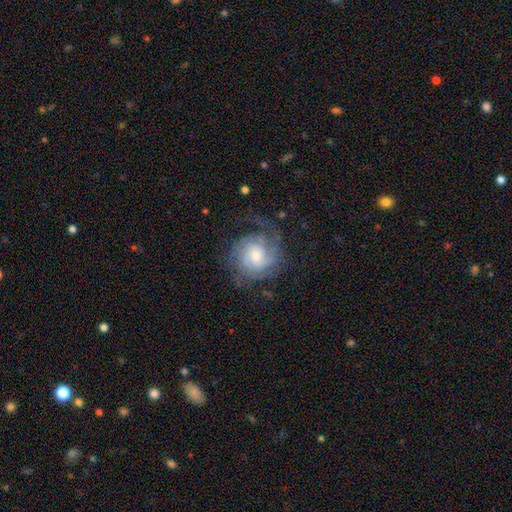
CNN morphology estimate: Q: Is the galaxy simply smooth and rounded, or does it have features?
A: featured or disk — 80%.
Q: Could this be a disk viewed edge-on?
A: no — 98%.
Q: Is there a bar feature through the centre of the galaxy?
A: no — 62%.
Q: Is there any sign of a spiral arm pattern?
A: yes — 95%.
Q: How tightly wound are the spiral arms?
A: tight — 55%.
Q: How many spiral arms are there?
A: can't tell — 31%.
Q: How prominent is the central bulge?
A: moderate — 46%.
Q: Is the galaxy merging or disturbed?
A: none — 64%.